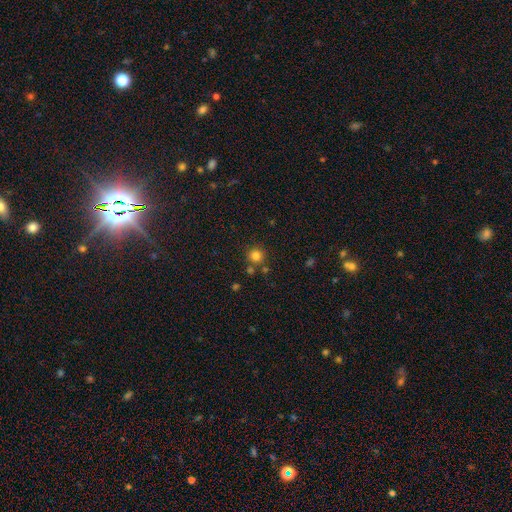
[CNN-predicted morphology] Smooth or featured?
  - smooth: 81% *
  - star or artifact: 14%
  - featured or disk: 5%
How rounded?
  - round: 94% *
  - in between: 6%
  - cigar-shaped: 1%
Merging?
  - none: 78% *
  - merger: 11%
  - minor disturbance: 8%
  - major disturbance: 3%